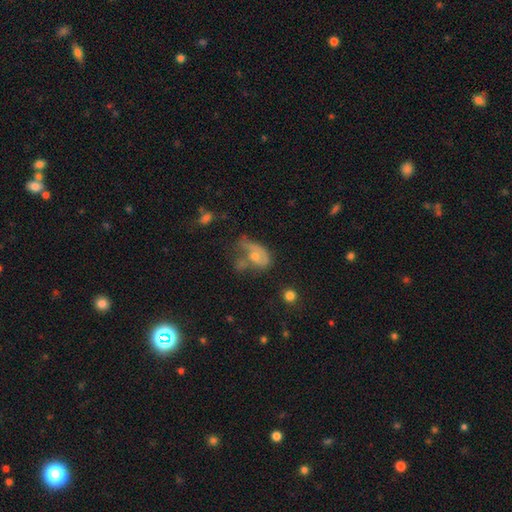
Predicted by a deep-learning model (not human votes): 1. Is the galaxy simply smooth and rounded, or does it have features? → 46% featured or disk, 44% smooth, 10% star or artifact.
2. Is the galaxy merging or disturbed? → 40% major disturbance, 21% merger, 20% minor disturbance, 19% none.